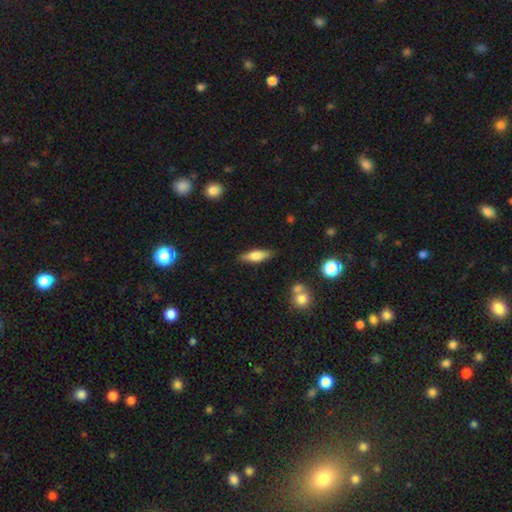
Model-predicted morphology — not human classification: This appears to be a smooth galaxy with no disk features (58%) that is cigar-shaped (53%). Merging: none (85%).